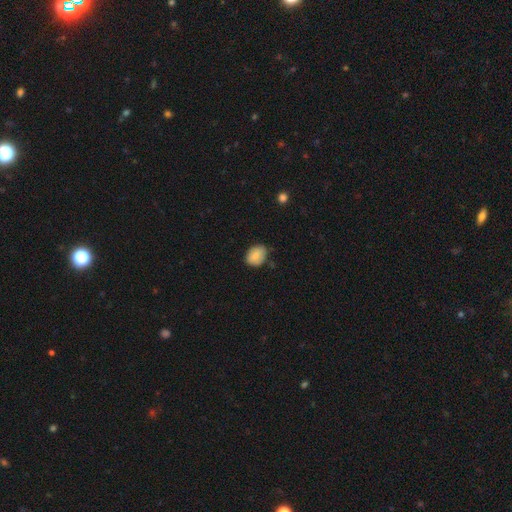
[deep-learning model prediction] Morphology: type=smooth (85%); roundness=in between (59%); merging=none (70%).